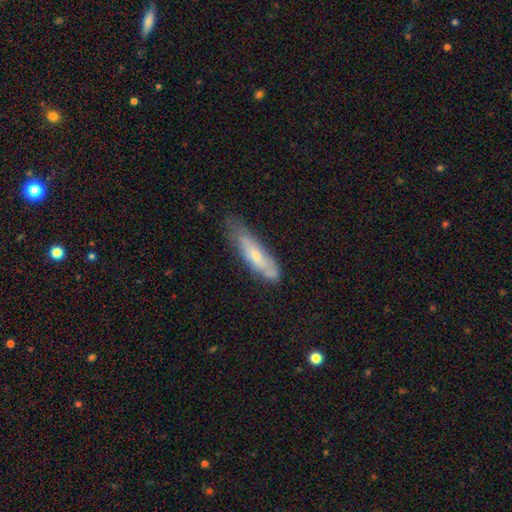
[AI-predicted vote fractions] The model was most divided on "smooth or featured": smooth: 52%, featured or disk: 42%, star or artifact: 7%. More confident: how rounded — cigar-shaped (70%); merging — none (53%).